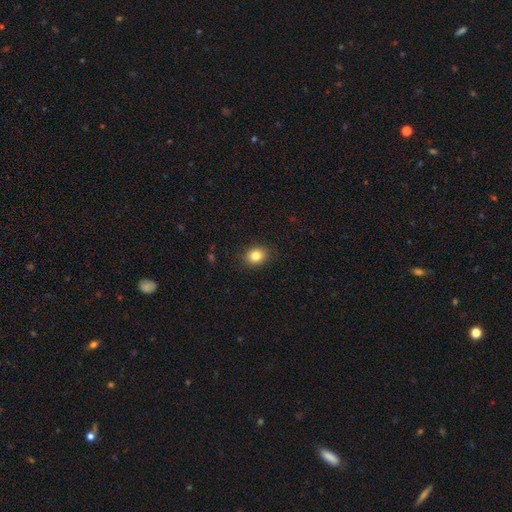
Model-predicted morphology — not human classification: type=smooth (83%); roundness=round (55%); merging=none (89%).